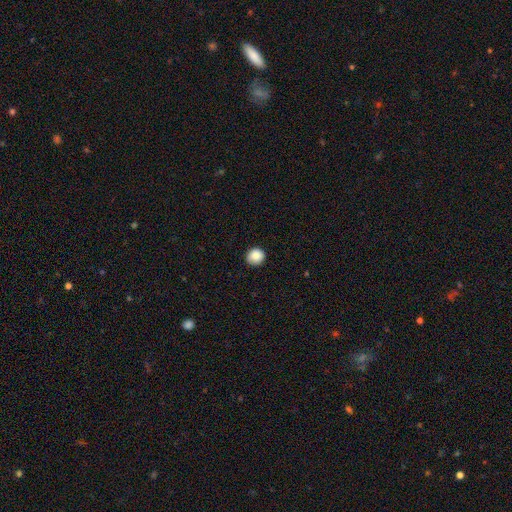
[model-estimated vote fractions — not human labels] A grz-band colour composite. It shows a smooth galaxy with no disk features (87%) that is round (90%). Merging: none (89%).